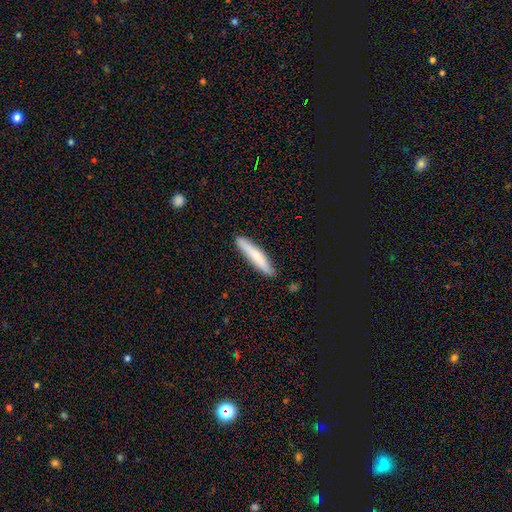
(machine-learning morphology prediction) Smooth or featured? smooth (72%)
How rounded? cigar-shaped (91%)
Merging? none (86%)